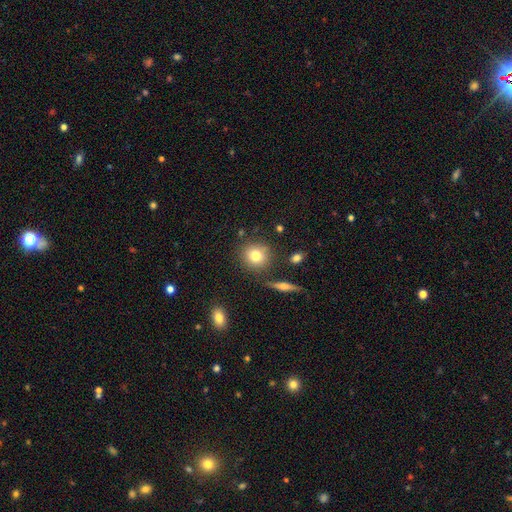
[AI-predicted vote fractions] smooth 78%, featured or disk 12%, star or artifact 10%. Down the decision tree: how rounded — round (86%); merging — none (81%).